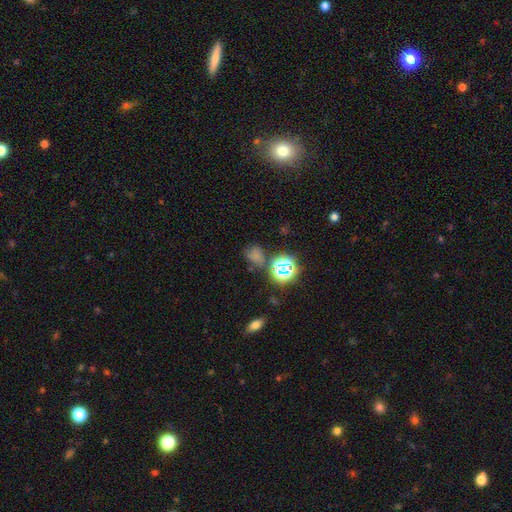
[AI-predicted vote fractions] Smooth or featured: smooth — 54% (star or artifact — 37%)
How rounded: round — 59% (in between — 40%)
Merging: none — 61% (minor disturbance — 19%)